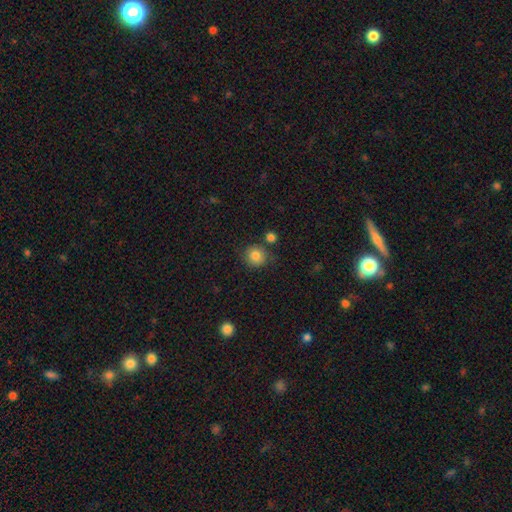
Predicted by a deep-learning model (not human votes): A smooth galaxy with no disk features (82%) that is round (89%). Merging: none (77%).